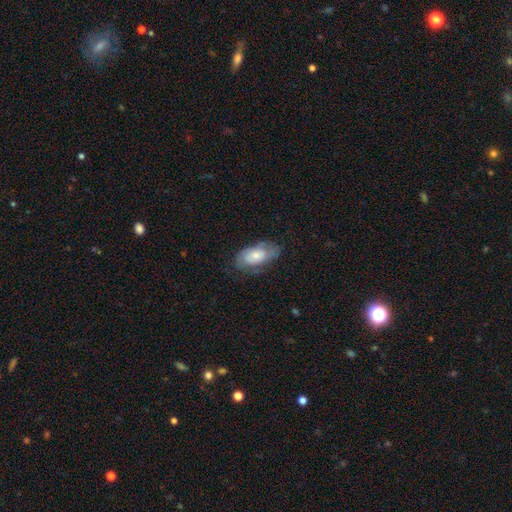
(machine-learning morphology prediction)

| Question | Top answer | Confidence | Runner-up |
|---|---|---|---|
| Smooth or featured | smooth | 58% | featured or disk (36%) |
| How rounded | in between | 92% | round (4%) |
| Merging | none | 60% | minor disturbance (27%) |